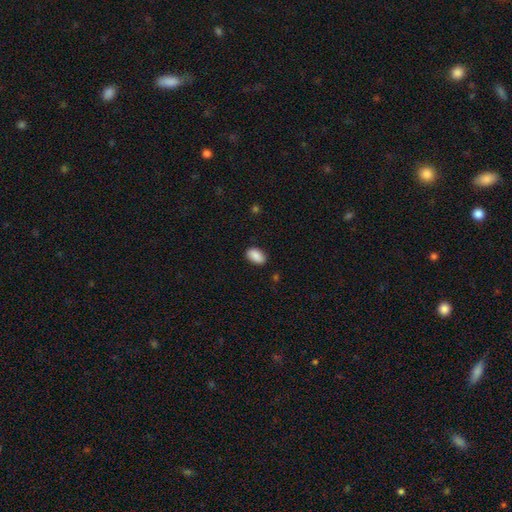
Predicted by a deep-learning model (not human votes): smooth 89%, star or artifact 7%, featured or disk 4%. Down the decision tree: how rounded — in between (92%); merging — none (87%).